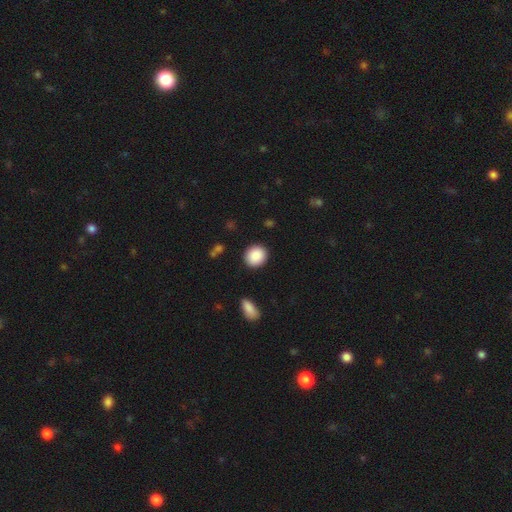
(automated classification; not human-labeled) A smooth galaxy with no disk features (89%) that is round (80%).

Vote fractions:
- Smooth or featured? smooth: 89% / star or artifact: 7% / featured or disk: 4%
- How rounded? round: 80% / in between: 19% / cigar-shaped: 1%
- Merging? none: 90% / minor disturbance: 7% / major disturbance: 2% / merger: 1%